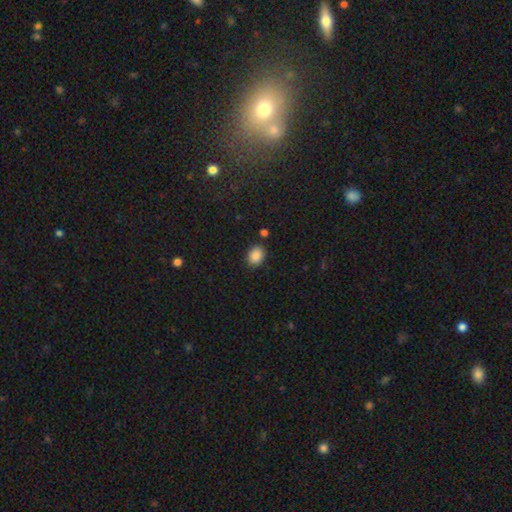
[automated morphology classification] Smooth or featured? Predicted: smooth (p=0.88). How rounded? Predicted: in between (p=0.58). Merging? Predicted: none (p=0.84).